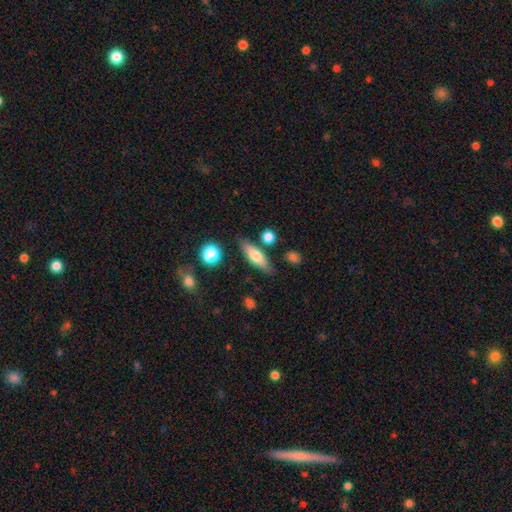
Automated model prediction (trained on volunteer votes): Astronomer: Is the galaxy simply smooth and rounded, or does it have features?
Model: smooth — 62%.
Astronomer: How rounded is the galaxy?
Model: cigar-shaped — 51% (runner-up: in between, 46%).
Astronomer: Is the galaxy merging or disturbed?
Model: none — 80%.